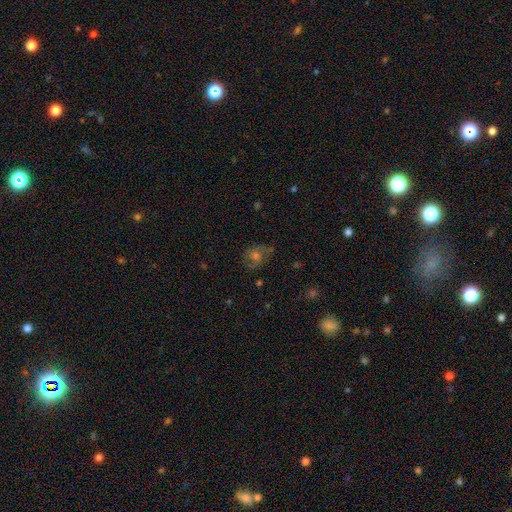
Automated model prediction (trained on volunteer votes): Smooth or featured?
  - featured or disk: 43% *
  - smooth: 36%
  - star or artifact: 21%
Merging?
  - none: 64% *
  - minor disturbance: 20%
  - major disturbance: 14%
  - merger: 2%